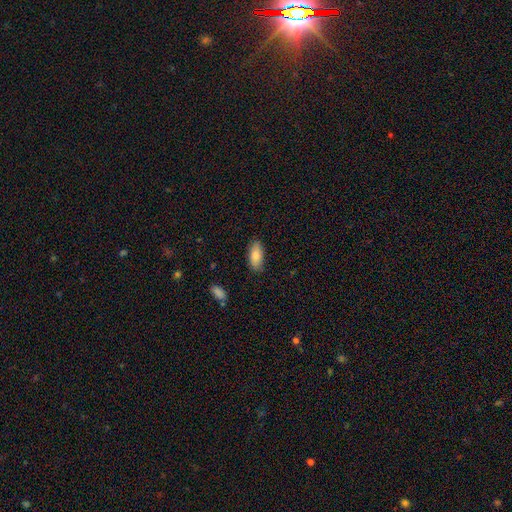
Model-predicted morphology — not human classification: Smooth or featured? smooth (83%)
How rounded? in between (88%)
Merging? none (86%)